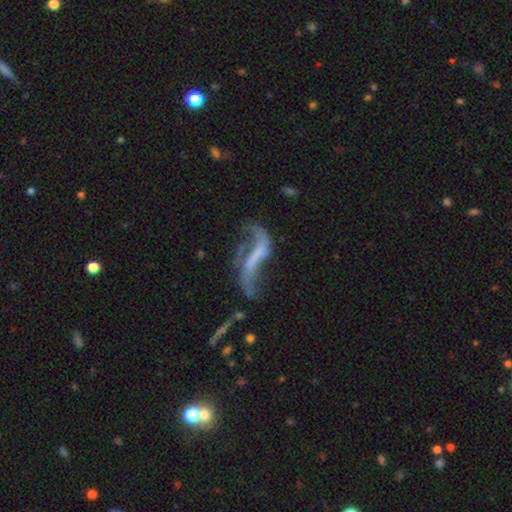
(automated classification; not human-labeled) A featured or disk galaxy (72%) with a strong bar (37%), spiral arms (73%) and no central bulge (65%). Merging: major disturbance (35%).